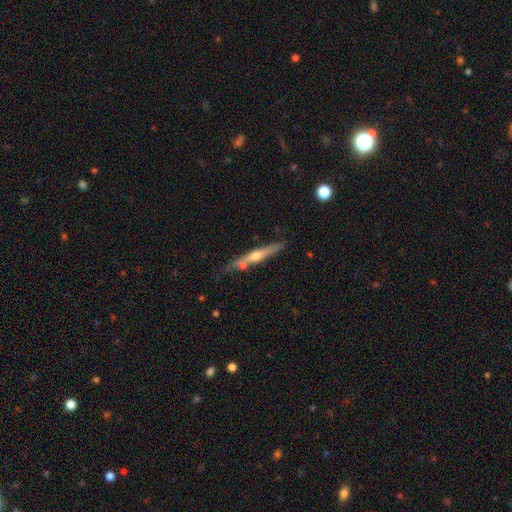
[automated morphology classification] This appears to be a featured or disk galaxy (61%) viewed edge-on (94%) with a rounded central bulge (83%). Merging: none (71%).